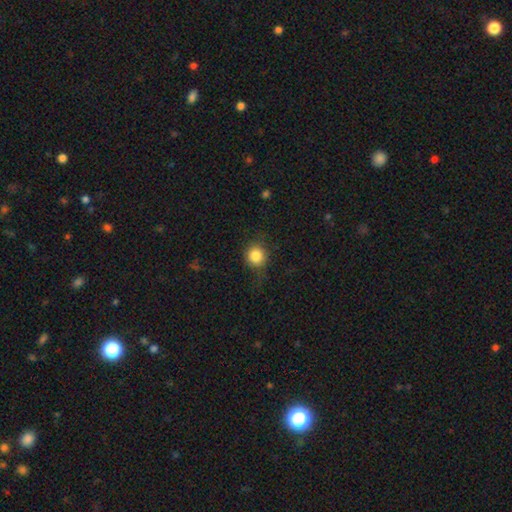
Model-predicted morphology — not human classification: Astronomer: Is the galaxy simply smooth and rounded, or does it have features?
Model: smooth — 83%.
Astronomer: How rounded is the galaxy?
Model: round — 89%.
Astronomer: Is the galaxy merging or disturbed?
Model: none — 77%.